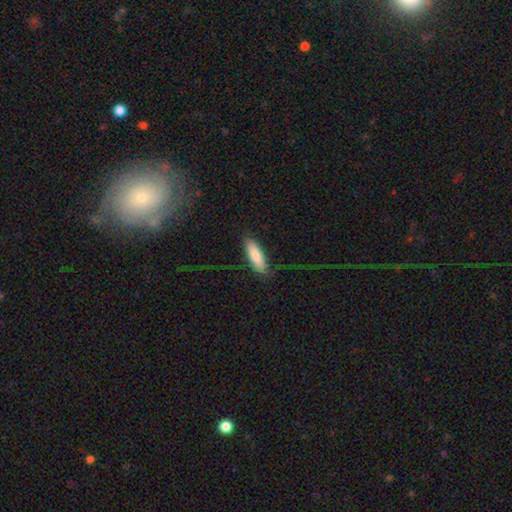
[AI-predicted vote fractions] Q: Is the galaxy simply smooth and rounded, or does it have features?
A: smooth — 76%.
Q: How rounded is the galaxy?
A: in between — 53%.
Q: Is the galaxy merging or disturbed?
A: none — 65%.